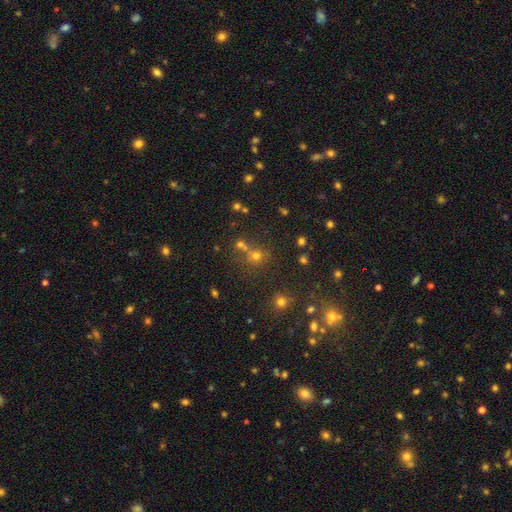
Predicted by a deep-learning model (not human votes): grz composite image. It shows a smooth galaxy with no disk features (47%). Merging: none (64%).